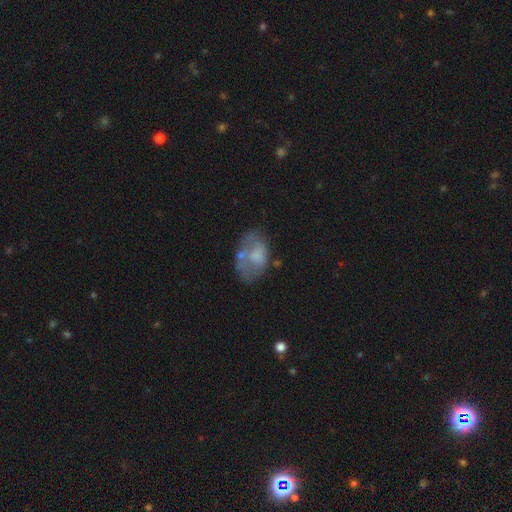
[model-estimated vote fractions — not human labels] This appears to be a smooth galaxy with no disk features (51%) that is in between round and cigar-shaped (89%). Merging: none (44%).